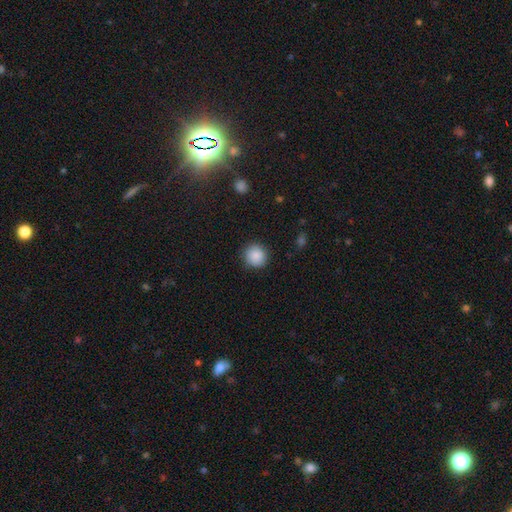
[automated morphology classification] Overall: smooth (88%). How rounded: round (92%). Merging: none (89%).